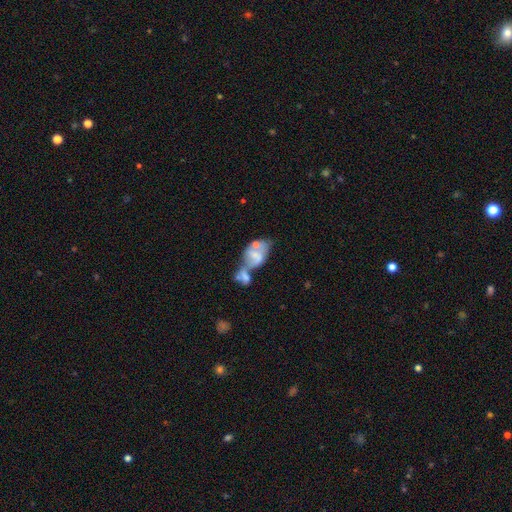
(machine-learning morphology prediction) A featured or disk galaxy (55%) with no bar (57%), no spiral arms (66%) and no central bulge (37%). Merging: merger (64%).